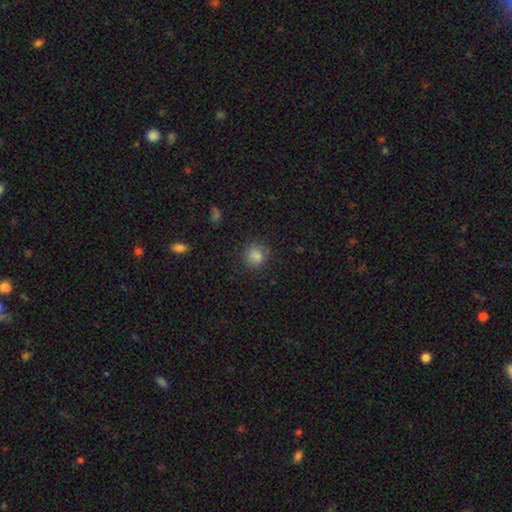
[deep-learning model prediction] This appears to be a smooth galaxy with no disk features (83%) that is round (84%). Merging: none (82%).